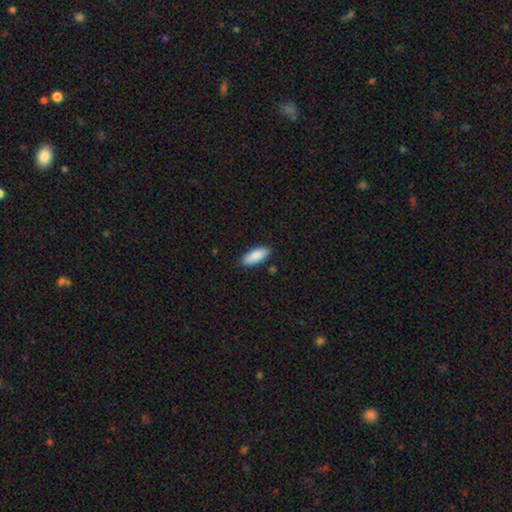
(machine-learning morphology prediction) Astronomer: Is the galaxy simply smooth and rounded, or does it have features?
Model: smooth — 88%.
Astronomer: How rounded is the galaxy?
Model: in between — 75%.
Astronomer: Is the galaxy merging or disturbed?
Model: none — 88%.